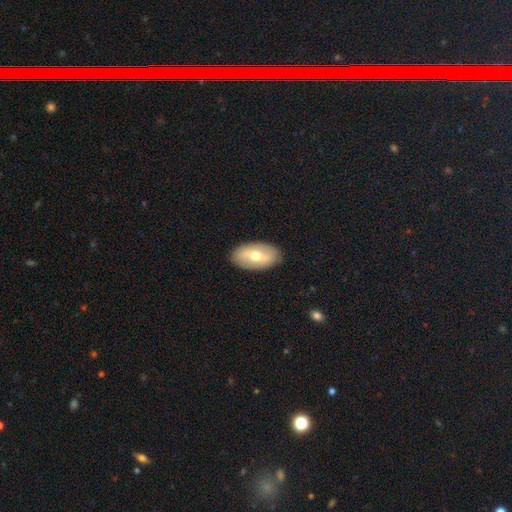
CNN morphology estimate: The model was most divided on "smooth or featured": smooth: 52%, featured or disk: 43%, star or artifact: 6%. More confident: how rounded — in between (92%); merging — none (88%).